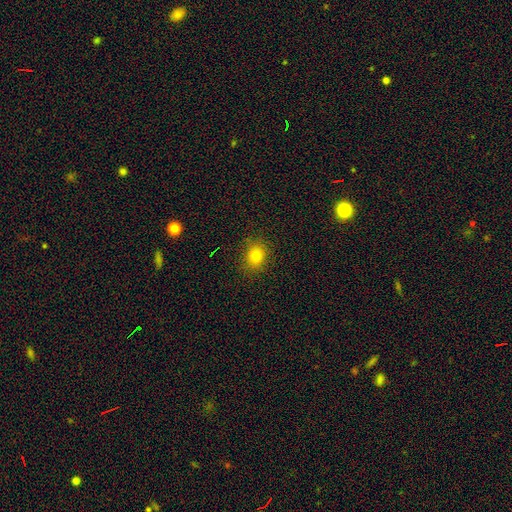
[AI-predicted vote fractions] smooth-or-featured: smooth: 80% | star or artifact: 14% | featured or disk: 7%
  how-rounded: round: 61% | in between: 38% | cigar-shaped: 1%
  merging: none: 87% | minor disturbance: 9% | major disturbance: 3% | merger: 1%